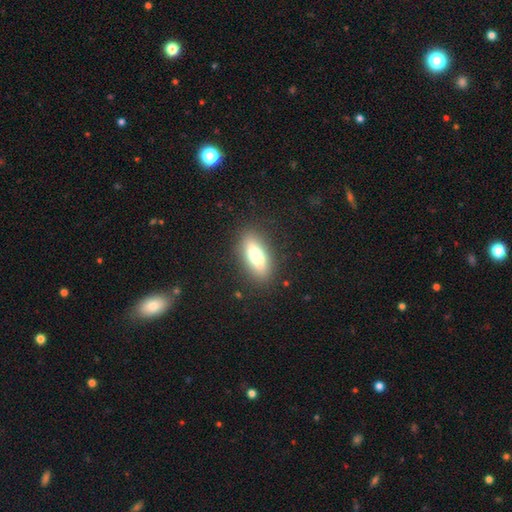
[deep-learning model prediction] Overall: smooth (61%; featured or disk 31%). How rounded: in between (69%). Merging: none (85%).